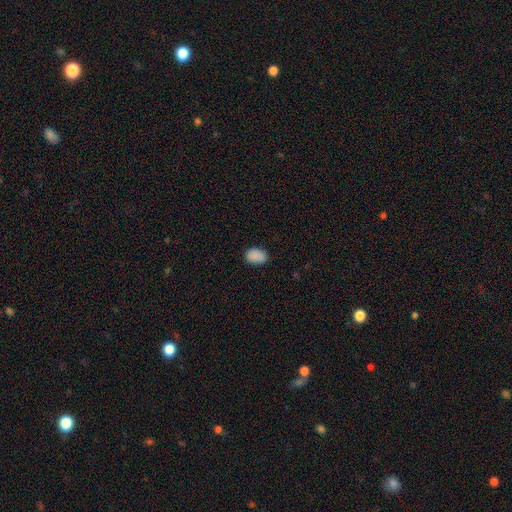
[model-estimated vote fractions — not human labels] smooth-or-featured: smooth: 89% | star or artifact: 8% | featured or disk: 3%
  how-rounded: in between: 84% | round: 15% | cigar-shaped: 1%
  merging: none: 84% | minor disturbance: 12% | major disturbance: 3% | merger: 1%